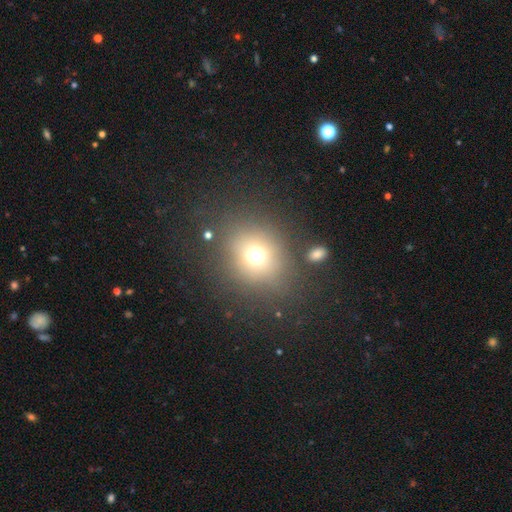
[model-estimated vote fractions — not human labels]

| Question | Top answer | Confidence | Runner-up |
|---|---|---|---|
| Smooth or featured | smooth | 68% | star or artifact (19%) |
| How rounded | round | 76% | in between (23%) |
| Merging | none | 78% | minor disturbance (11%) |